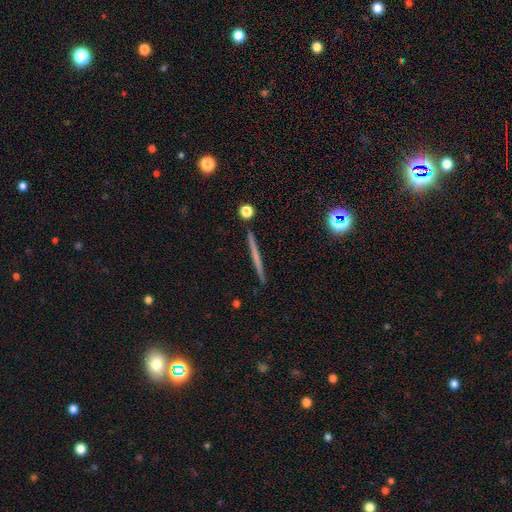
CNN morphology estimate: smooth_or_featured: featured or disk (p=0.52) [alt: smooth p=0.38]
disk_edge_on: yes (p=0.97) [alt: no p=0.03]
edge_on_bulge: none (p=0.84) [alt: rounded p=0.12]
merging: none (p=0.92) [alt: minor disturbance p=0.05]